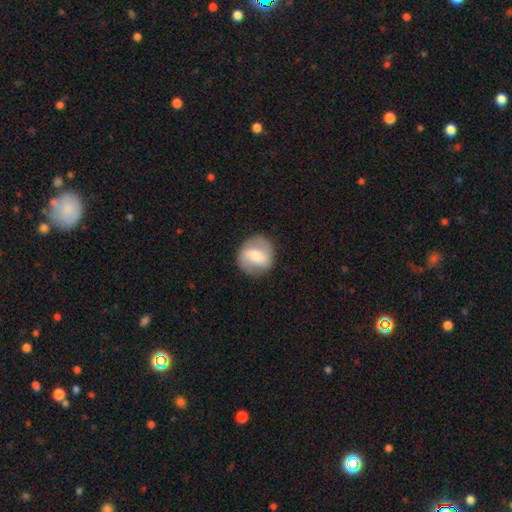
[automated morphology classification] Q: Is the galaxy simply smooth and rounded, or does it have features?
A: featured or disk — 53%.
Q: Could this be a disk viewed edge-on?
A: no — 96%.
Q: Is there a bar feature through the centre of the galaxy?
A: weak — 44%.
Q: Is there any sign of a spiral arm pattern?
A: yes — 67%.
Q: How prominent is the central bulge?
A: moderate — 61%.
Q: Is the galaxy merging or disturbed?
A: none — 84%.